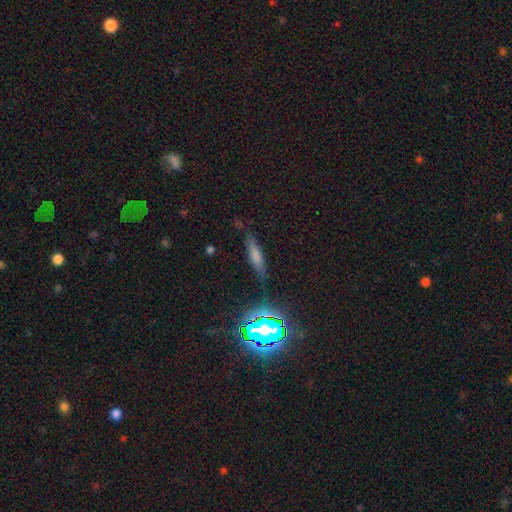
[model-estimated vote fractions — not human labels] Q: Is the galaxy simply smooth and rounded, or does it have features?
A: smooth — 64%.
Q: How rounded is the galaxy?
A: cigar-shaped — 72%.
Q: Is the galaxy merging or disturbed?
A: none — 76%.